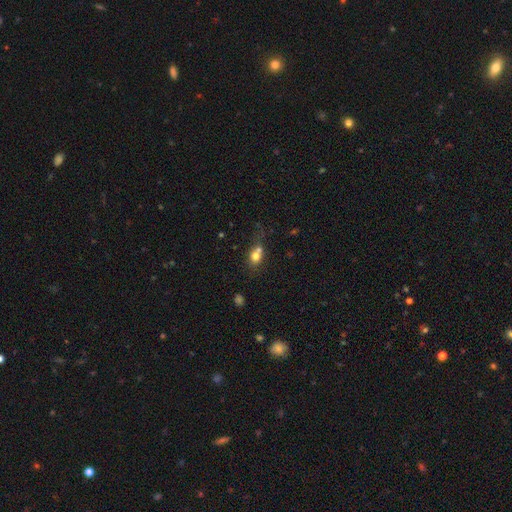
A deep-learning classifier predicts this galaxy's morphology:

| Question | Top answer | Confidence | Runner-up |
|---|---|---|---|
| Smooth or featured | smooth | 72% | featured or disk (16%) |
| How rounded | round | 60% | in between (38%) |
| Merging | merger | 50% | none (32%) |